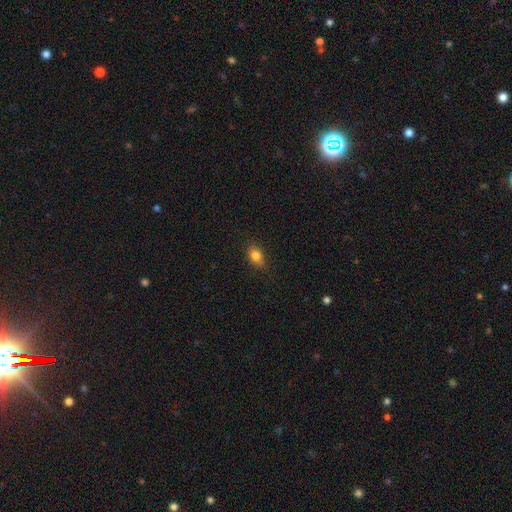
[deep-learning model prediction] A smooth galaxy with no disk features (82%) that is in between round and cigar-shaped (78%).

Vote fractions:
- Smooth or featured? smooth: 82% / star or artifact: 10% / featured or disk: 8%
- How rounded? in between: 78% / round: 19% / cigar-shaped: 3%
- Merging? none: 85% / minor disturbance: 12% / major disturbance: 2% / merger: 1%